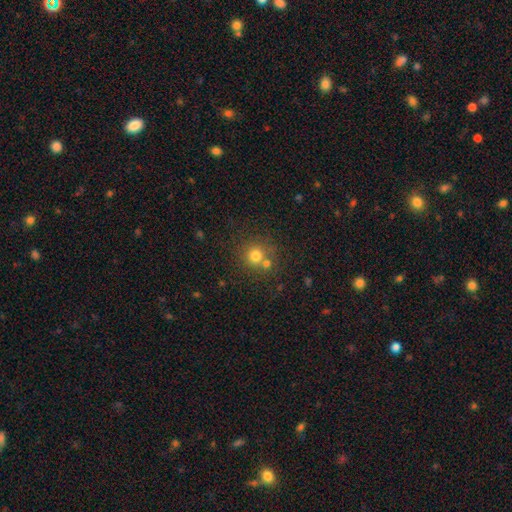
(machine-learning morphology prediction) Q: Smooth or featured?
A: smooth (75%); runner-up: star or artifact (15%)
Q: How rounded?
A: round (91%); runner-up: in between (8%)
Q: Merging?
A: none (62%); runner-up: merger (27%)